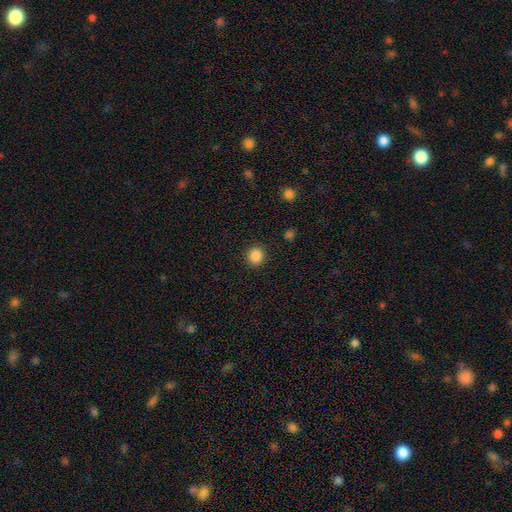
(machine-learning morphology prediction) This is clearly a smooth galaxy (87%). How rounded: clearly round (89%). Merging: clearly none (91%).